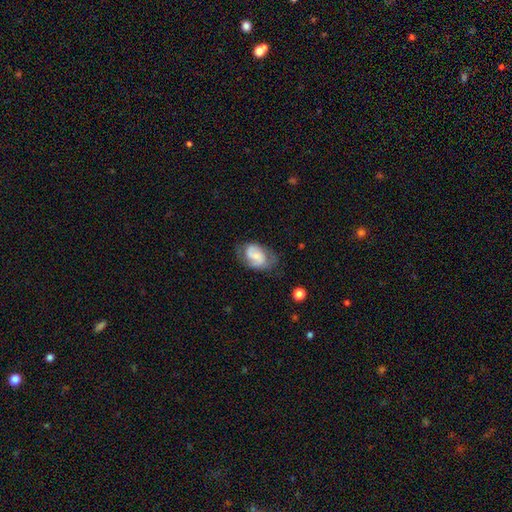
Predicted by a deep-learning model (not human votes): A featured or disk galaxy (63%) with no bar (46%), 2 (75%) medium (46%) spiral arms (88%) and a small central bulge (53%). Merging: none (57%).